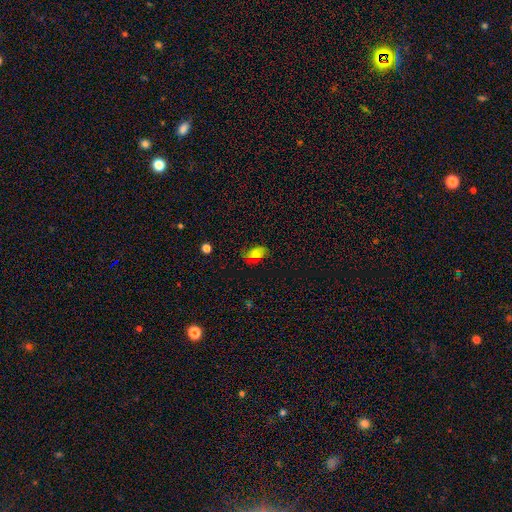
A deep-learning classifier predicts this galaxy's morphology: smooth 59%, featured or disk 21%, star or artifact 20%. Down the decision tree: how rounded — in between (84%); merging — none (68%).